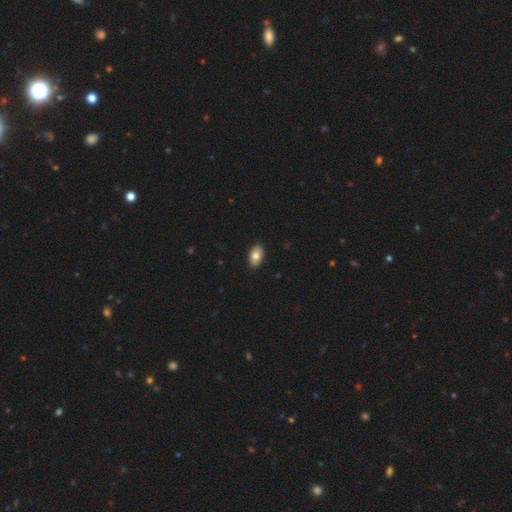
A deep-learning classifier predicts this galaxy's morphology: The model was most divided on "smooth or featured": smooth: 79%, featured or disk: 14%, star or artifact: 7%. More confident: how rounded — in between (92%); merging — none (88%).